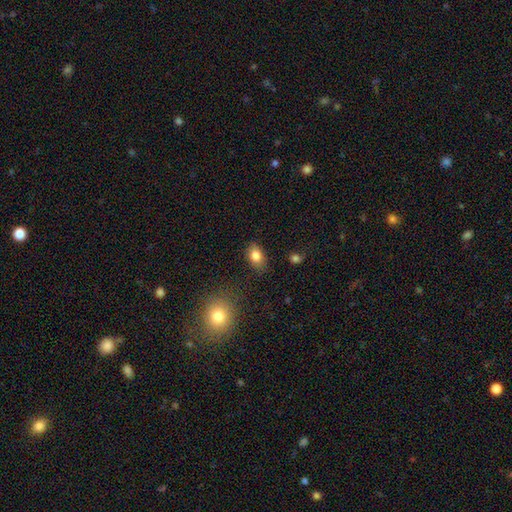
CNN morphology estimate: Overall: smooth (83%). How rounded: in between (80%). Merging: none (81%).